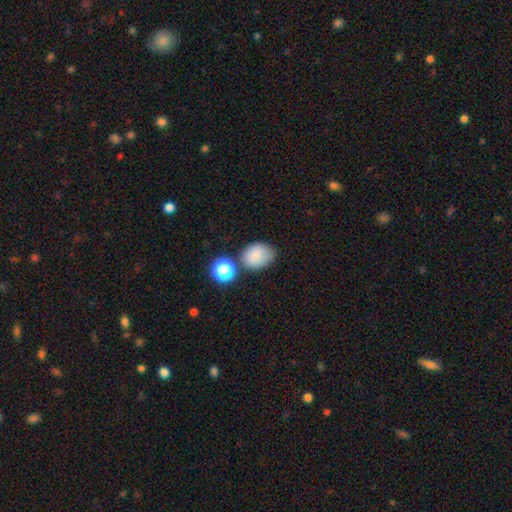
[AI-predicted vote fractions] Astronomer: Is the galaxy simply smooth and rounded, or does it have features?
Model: smooth — 80%.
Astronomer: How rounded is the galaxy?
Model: in between — 61% (runner-up: round, 37%).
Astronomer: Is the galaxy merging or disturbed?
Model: none — 63%.